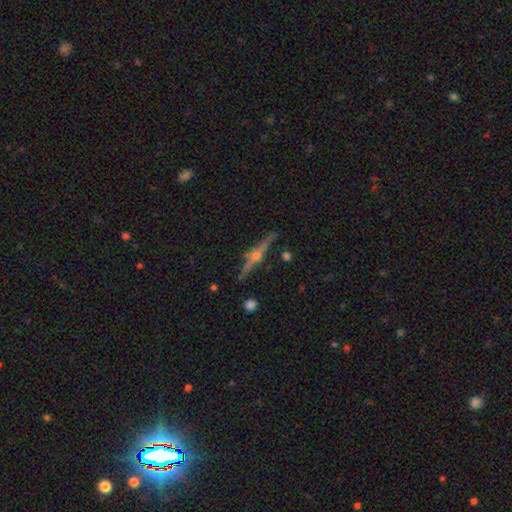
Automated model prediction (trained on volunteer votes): This appears to be a featured or disk galaxy (84%) viewed edge-on (98%) with a rounded central bulge (94%). Merging: none (88%).